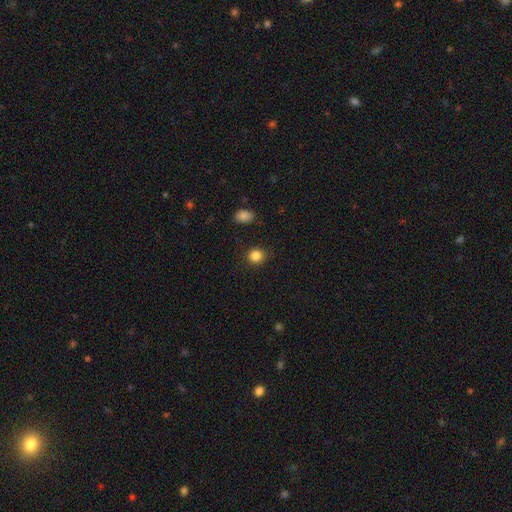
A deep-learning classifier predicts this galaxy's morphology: Overall: smooth (85%). How rounded: round (87%). Merging: none (88%).